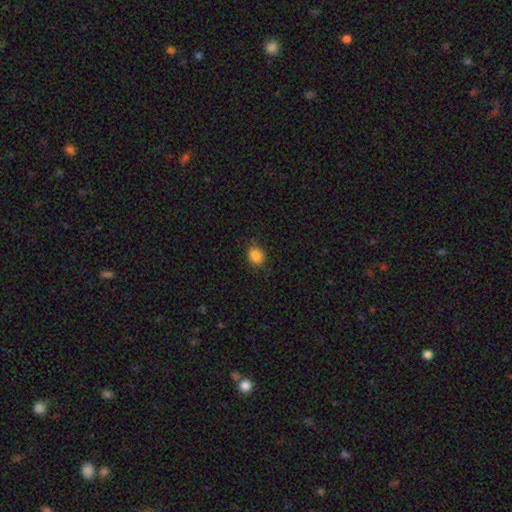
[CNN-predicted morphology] Smooth or featured: smooth — 87% (star or artifact — 10%)
How rounded: round — 60% (in between — 39%)
Merging: none — 85% (minor disturbance — 12%)